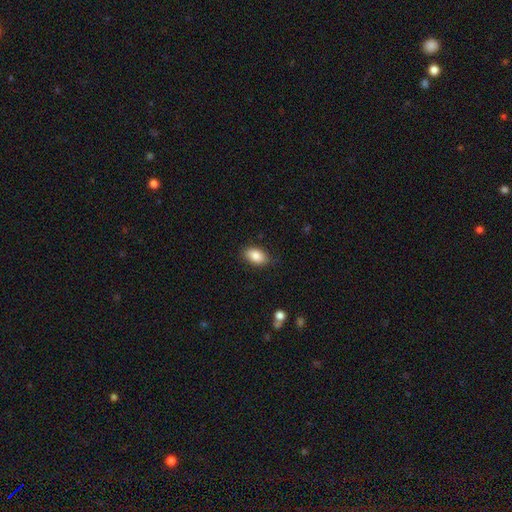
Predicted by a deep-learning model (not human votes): This is clearly a smooth galaxy (87%). How rounded: clearly in between (91%). Merging: clearly none (84%).